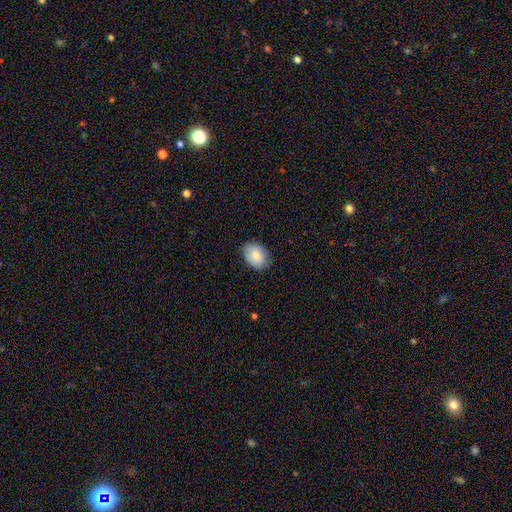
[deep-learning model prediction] smooth_or_featured: smooth (p=0.82) [alt: featured or disk p=0.11]
how_rounded: in between (p=0.76) [alt: round p=0.23]
merging: none (p=0.84) [alt: minor disturbance p=0.13]